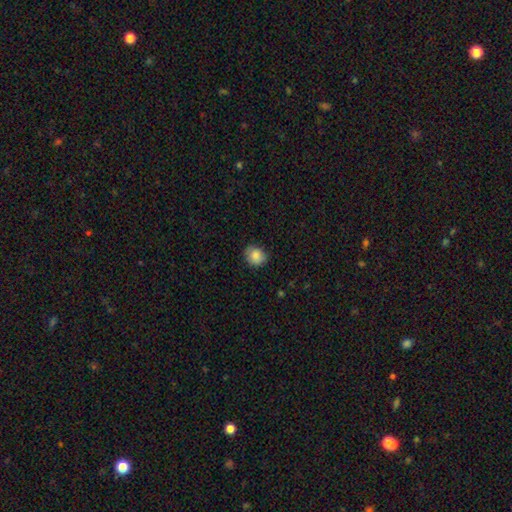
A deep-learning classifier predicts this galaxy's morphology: type=smooth (85%); roundness=round (75%); merging=none (80%).